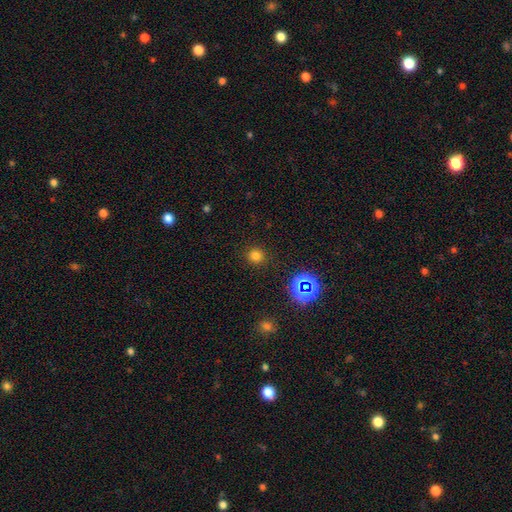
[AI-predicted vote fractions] This is likely a smooth galaxy (74%). How rounded: clearly round (92%). Merging: clearly none (89%).